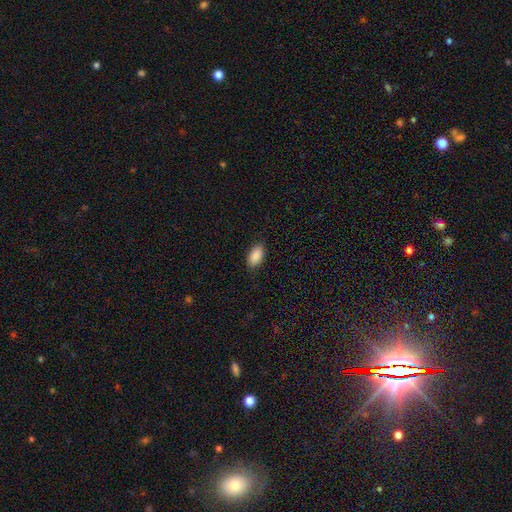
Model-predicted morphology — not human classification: type=smooth (90%); roundness=in between (94%); merging=none (88%).